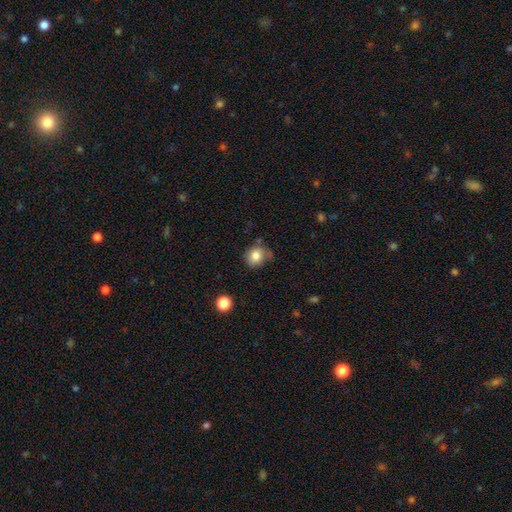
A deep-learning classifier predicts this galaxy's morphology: A smooth galaxy with no disk features (81%) that is round (74%).

Vote fractions:
- Smooth or featured? smooth: 81% / star or artifact: 10% / featured or disk: 9%
- How rounded? round: 74% / in between: 25% / cigar-shaped: 1%
- Merging? none: 62% / minor disturbance: 27% / major disturbance: 7% / merger: 4%